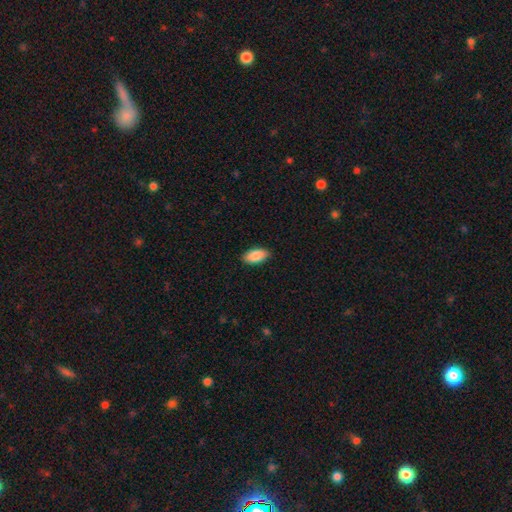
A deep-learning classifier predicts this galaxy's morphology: A smooth galaxy with no disk features (89%) that is in between round and cigar-shaped (93%).

Vote fractions:
- Smooth or featured? smooth: 89% / star or artifact: 6% / featured or disk: 5%
- How rounded? in between: 93% / cigar-shaped: 5% / round: 2%
- Merging? none: 89% / minor disturbance: 8% / major disturbance: 2% / merger: 1%